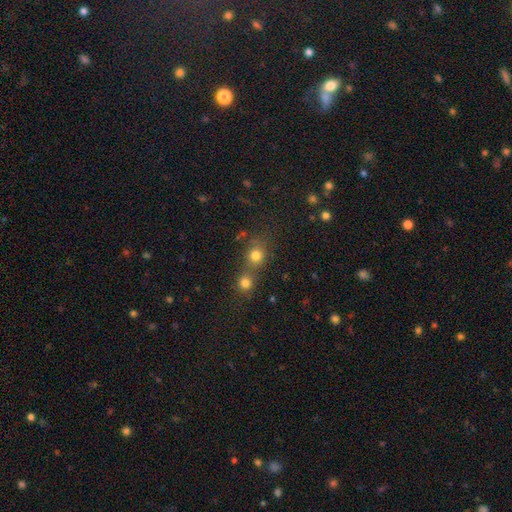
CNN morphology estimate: This is likely a smooth galaxy (76%). How rounded: clearly round (82%). Merging: marginally merger (45%, tied with none).